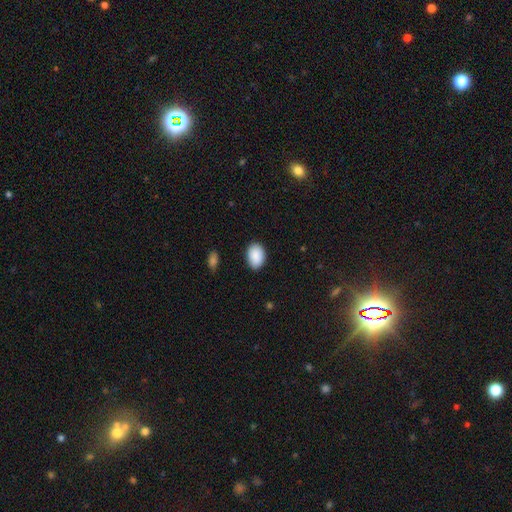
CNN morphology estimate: A smooth galaxy with no disk features (90%) that is in between round and cigar-shaped (82%).

Vote fractions:
- Smooth or featured? smooth: 90% / star or artifact: 6% / featured or disk: 3%
- How rounded? in between: 82% / round: 17% / cigar-shaped: 1%
- Merging? none: 86% / minor disturbance: 11% / major disturbance: 2% / merger: 1%